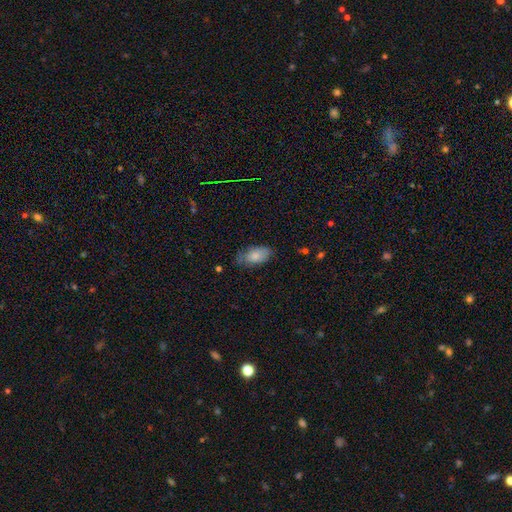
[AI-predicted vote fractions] Morphology: type=smooth (81%); roundness=in between (92%); merging=none (64%).